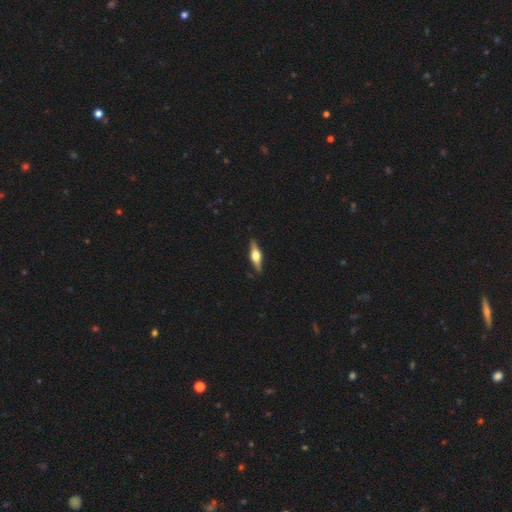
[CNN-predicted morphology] smooth-or-featured: featured or disk: 66% | smooth: 28% | star or artifact: 6%
  disk-edge-on: yes: 96% | no: 4%
    edge-on-bulge: rounded: 92% | boxy: 6% | none: 2%
  merging: none: 89% | minor disturbance: 9% | major disturbance: 2% | merger: 1%